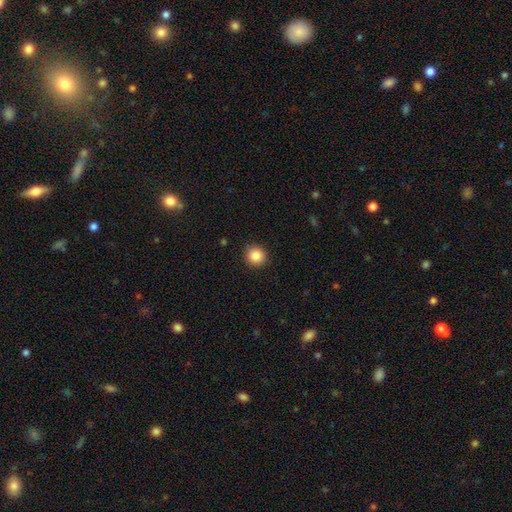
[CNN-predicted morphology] This is clearly a smooth galaxy (86%). How rounded: clearly round (93%). Merging: clearly none (89%).